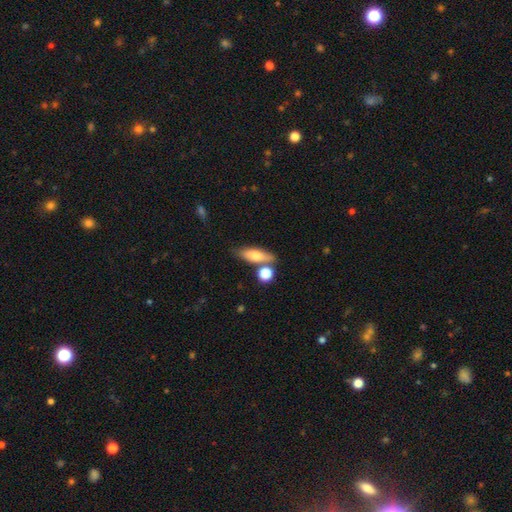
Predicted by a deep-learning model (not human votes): Overall: smooth (67%). How rounded: in between (56%; cigar-shaped 38%). Merging: none (67%).